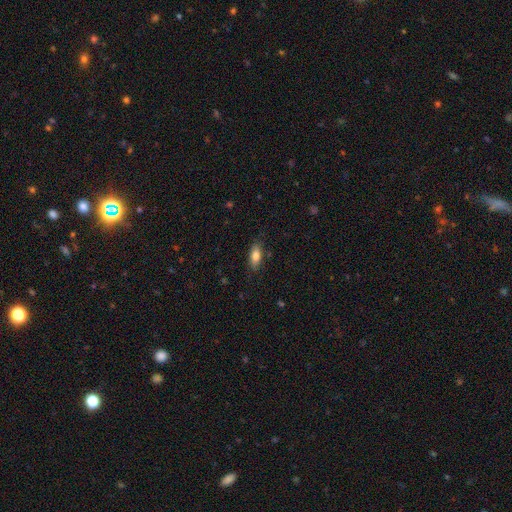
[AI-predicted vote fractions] smooth 78%, featured or disk 14%, star or artifact 7%. Down the decision tree: how rounded — in between (80%); merging — none (81%).